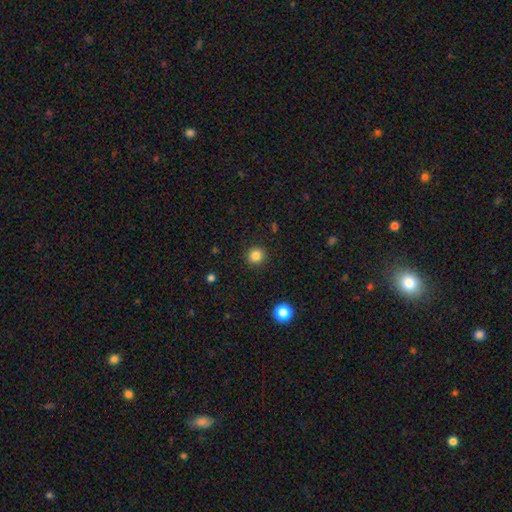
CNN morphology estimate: Smooth or featured: smooth — 84% (star or artifact — 12%)
How rounded: round — 93% (in between — 6%)
Merging: none — 92% (minor disturbance — 5%)